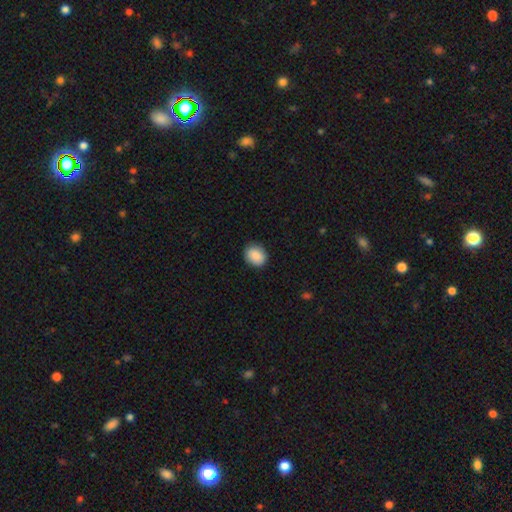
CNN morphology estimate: type=smooth (90%); roundness=round (50%); merging=none (87%).